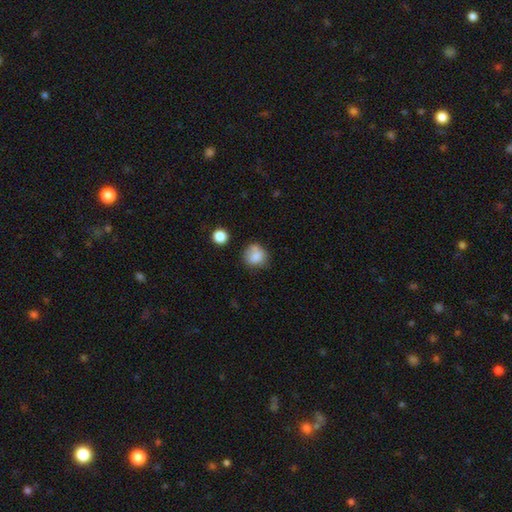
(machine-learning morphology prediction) Smooth or featured? Predicted: smooth (p=0.80). How rounded? Predicted: round (p=0.78). Merging? Predicted: none (p=0.60).